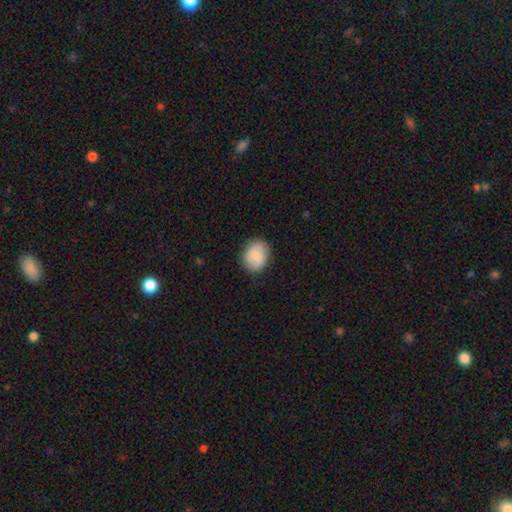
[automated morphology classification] smooth 79%, featured or disk 14%, star or artifact 7%. Down the decision tree: how rounded — round (63%); merging — none (82%).